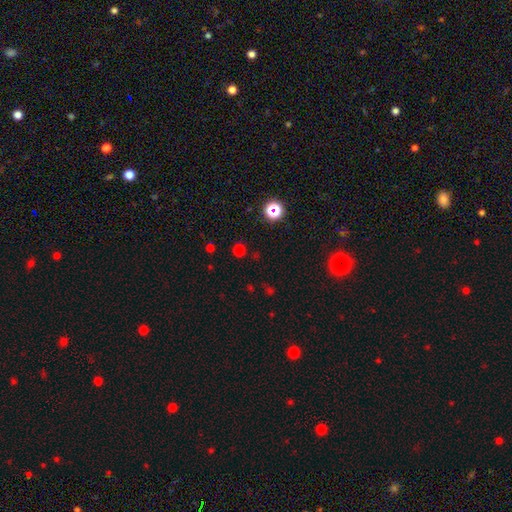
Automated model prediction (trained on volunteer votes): Smooth or featured? Predicted: smooth (p=0.63). How rounded? Predicted: round (p=0.93). Merging? Predicted: none (p=0.88).